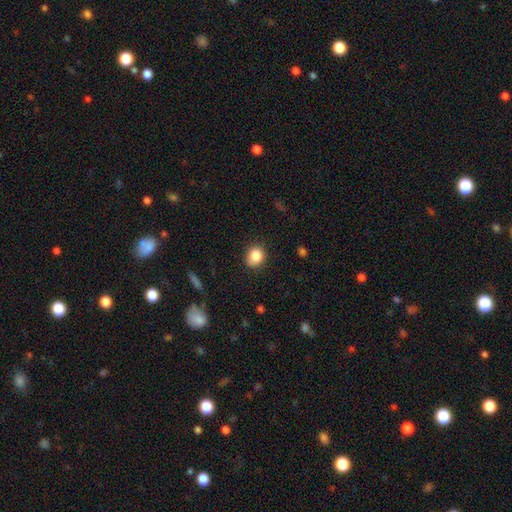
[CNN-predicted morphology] The model was most divided on "how rounded": round: 68%, in between: 31%, cigar-shaped: 1%. More confident: smooth or featured — smooth (85%); merging — none (80%).